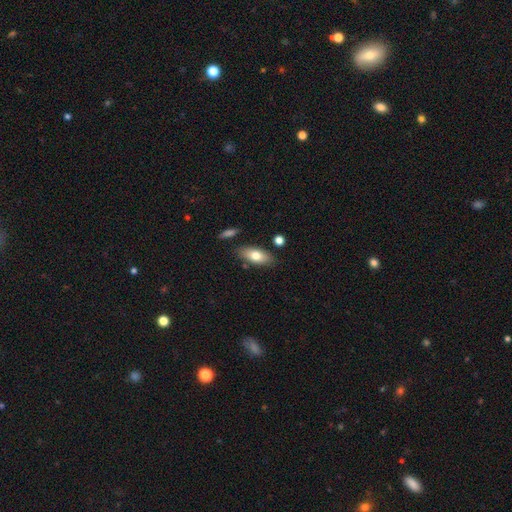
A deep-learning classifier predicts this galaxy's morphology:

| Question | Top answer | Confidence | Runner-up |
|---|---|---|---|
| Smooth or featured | smooth | 73% | featured or disk (20%) |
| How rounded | in between | 83% | cigar-shaped (14%) |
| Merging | none | 80% | minor disturbance (12%) |